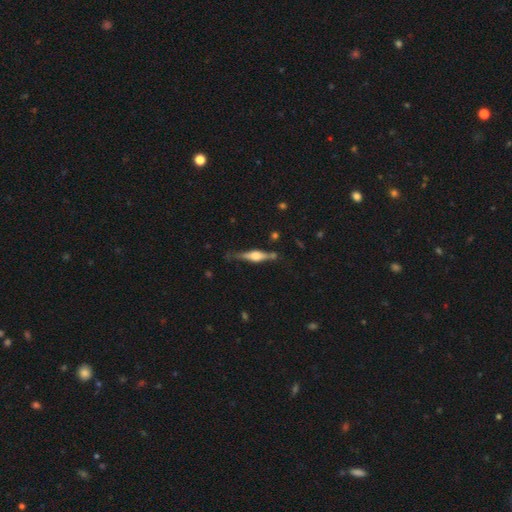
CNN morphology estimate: A featured or disk galaxy (69%) viewed edge-on (96%) with a rounded central bulge (87%). Merging: none (71%).